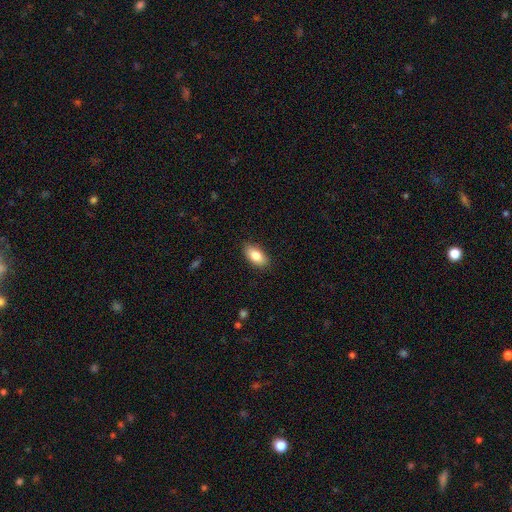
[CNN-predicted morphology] smooth_or_featured: smooth (p=0.83) [alt: featured or disk p=0.10]
how_rounded: in between (p=0.91) [alt: cigar-shaped p=0.06]
merging: none (p=0.88) [alt: minor disturbance p=0.09]